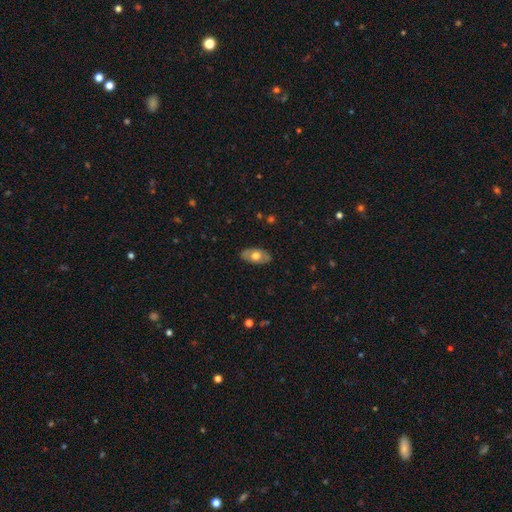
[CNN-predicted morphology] A smooth galaxy with no disk features (55%) that is in between round and cigar-shaped (91%). Merging: none (85%).